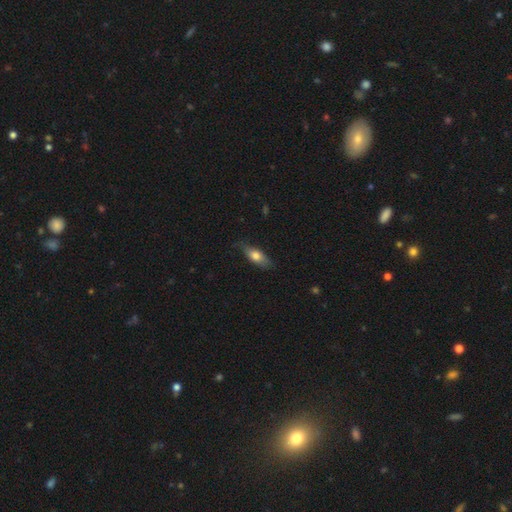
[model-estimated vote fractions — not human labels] smooth_or_featured: smooth (p=0.70) [alt: featured or disk p=0.24]
how_rounded: in between (p=0.74) [alt: cigar-shaped p=0.22]
merging: none (p=0.75) [alt: minor disturbance p=0.20]